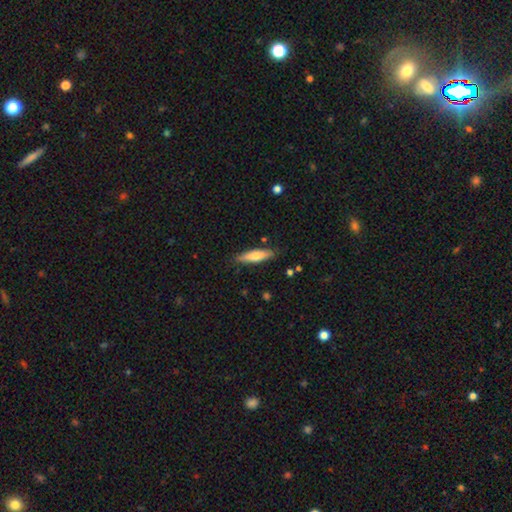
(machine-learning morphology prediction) smooth-or-featured: smooth: 64% | featured or disk: 30% | star or artifact: 6%
  how-rounded: cigar-shaped: 70% | in between: 28% | round: 2%
  merging: none: 85% | minor disturbance: 11% | major disturbance: 2% | merger: 2%